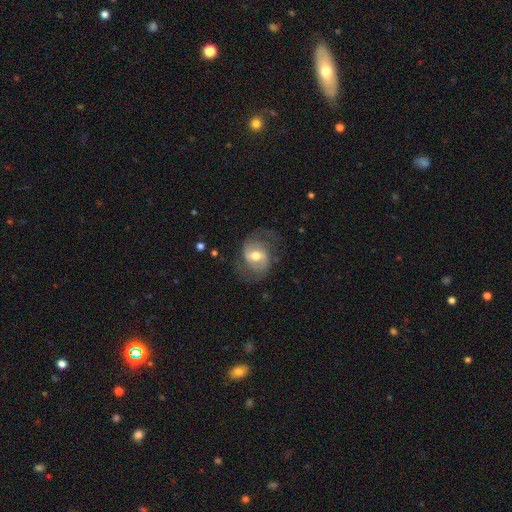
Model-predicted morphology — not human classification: A featured or disk galaxy (73%) with a weak bar (49%), 2 (84%) medium (47%) spiral arms (86%) and a moderate central bulge (73%).

Vote fractions:
- Smooth or featured? featured or disk: 73% / smooth: 20% / star or artifact: 6%
- Edge-on disk? no: 97% / yes: 3%
- Bar? weak: 49% / no: 25% / strong: 25%
- Spiral arms? yes: 86% / no: 14%
- Spiral winding? medium: 47% / loose: 34% / tight: 19%
- Spiral arm count? 2: 84% / can't tell: 8% / 1: 4% / 3: 1% / 4: 1% / more than 4: 1%
- Bulge size? moderate: 73% / small: 15% / large: 10% / dominant: 1% / none: 1%
- Merging? none: 65% / minor disturbance: 19% / major disturbance: 15% / merger: 1%